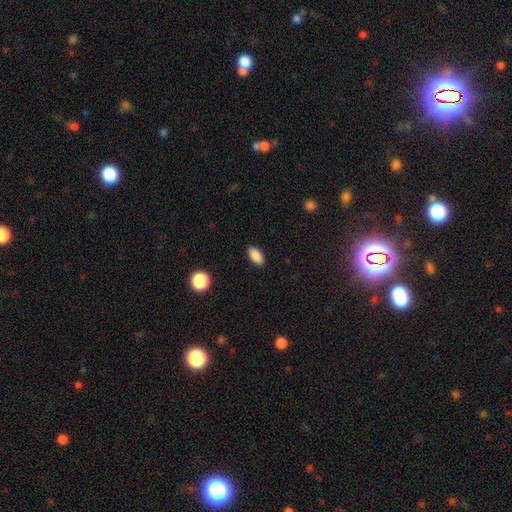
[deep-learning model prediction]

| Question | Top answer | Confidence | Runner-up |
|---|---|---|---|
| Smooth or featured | smooth | 88% | star or artifact (8%) |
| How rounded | in between | 90% | cigar-shaped (6%) |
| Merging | none | 89% | minor disturbance (8%) |